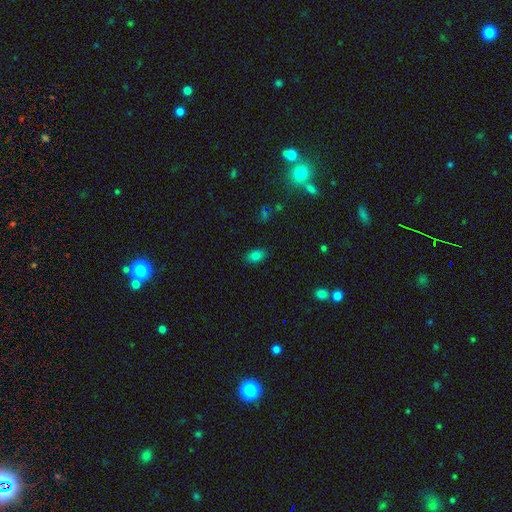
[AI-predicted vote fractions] A smooth galaxy with no disk features (80%) that is in between round and cigar-shaped (87%).

Vote fractions:
- Smooth or featured? smooth: 80% / star or artifact: 13% / featured or disk: 7%
- How rounded? in between: 87% / round: 11% / cigar-shaped: 2%
- Merging? none: 86% / minor disturbance: 10% / major disturbance: 2% / merger: 1%